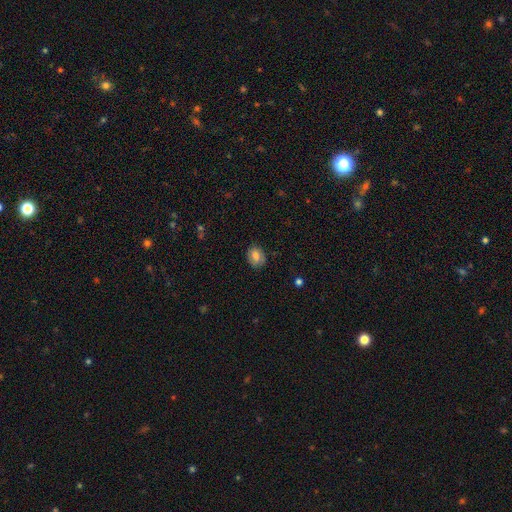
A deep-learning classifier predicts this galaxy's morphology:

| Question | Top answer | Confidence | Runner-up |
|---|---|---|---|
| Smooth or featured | smooth | 76% | featured or disk (16%) |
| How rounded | in between | 55% | round (44%) |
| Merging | none | 82% | minor disturbance (13%) |